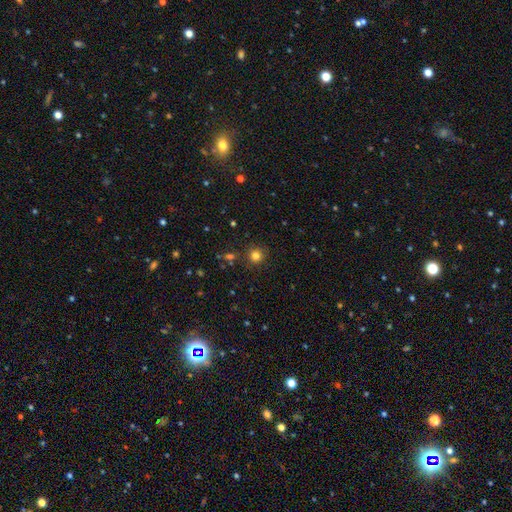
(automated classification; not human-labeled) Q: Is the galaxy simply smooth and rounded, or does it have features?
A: smooth — 79%.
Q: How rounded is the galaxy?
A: round — 94%.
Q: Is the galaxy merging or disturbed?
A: none — 87%.